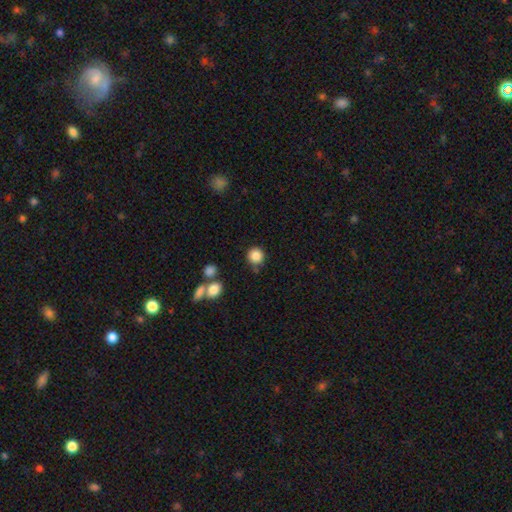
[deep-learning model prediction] The model was most divided on "merging": none: 77%, minor disturbance: 13%, merger: 7%, major disturbance: 4%. More confident: how rounded — round (92%); smooth or featured — smooth (85%).